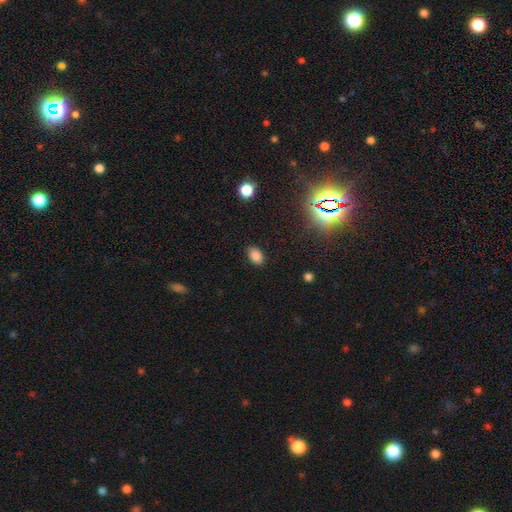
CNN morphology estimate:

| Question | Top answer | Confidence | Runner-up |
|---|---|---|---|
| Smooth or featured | smooth | 83% | star or artifact (12%) |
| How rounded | in between | 82% | round (17%) |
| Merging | none | 85% | minor disturbance (11%) |